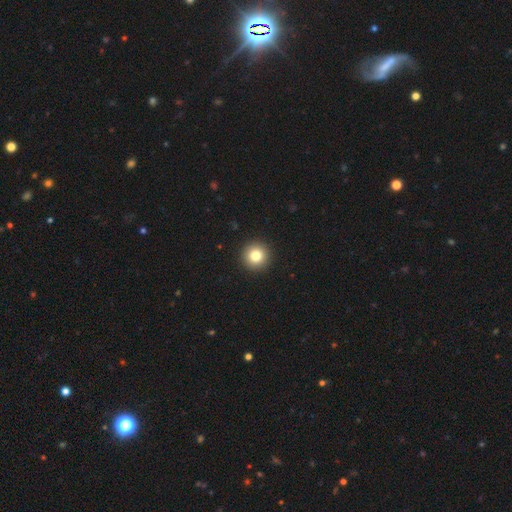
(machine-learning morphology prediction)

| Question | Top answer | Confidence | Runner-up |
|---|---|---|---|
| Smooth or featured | smooth | 81% | star or artifact (11%) |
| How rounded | round | 96% | in between (3%) |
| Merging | none | 93% | minor disturbance (4%) |